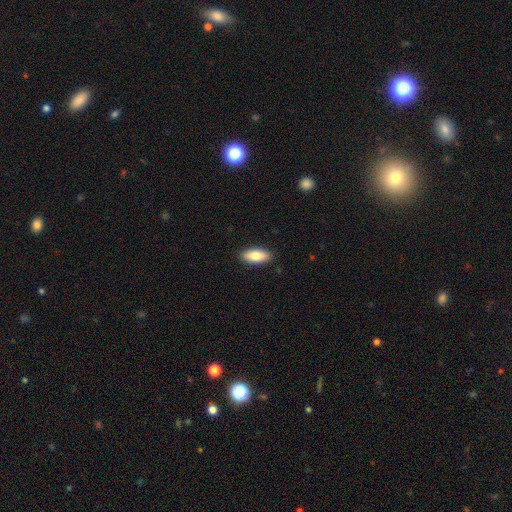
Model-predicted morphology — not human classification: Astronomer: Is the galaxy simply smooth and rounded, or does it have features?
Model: smooth — 81%.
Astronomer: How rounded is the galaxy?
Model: in between — 83%.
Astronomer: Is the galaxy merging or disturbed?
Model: none — 89%.